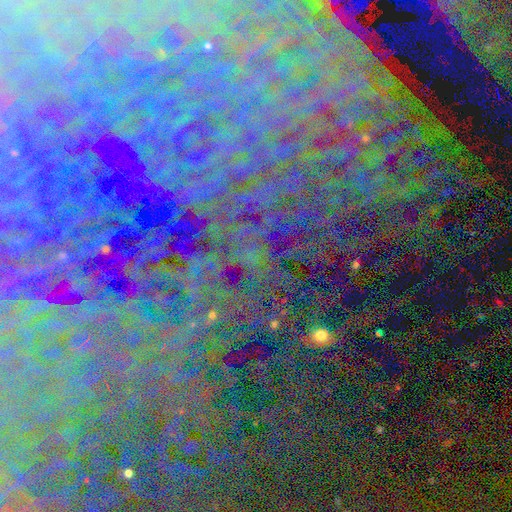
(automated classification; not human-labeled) Morphology: type=star or artifact (83%).